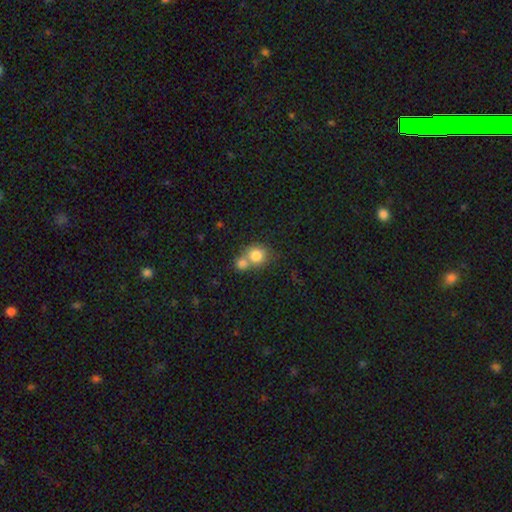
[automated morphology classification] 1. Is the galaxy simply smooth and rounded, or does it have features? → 80% smooth, 10% featured or disk, 10% star or artifact.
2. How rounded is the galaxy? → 82% round, 17% in between, 1% cigar-shaped.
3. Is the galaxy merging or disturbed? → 53% merger, 37% none, 7% minor disturbance, 3% major disturbance.